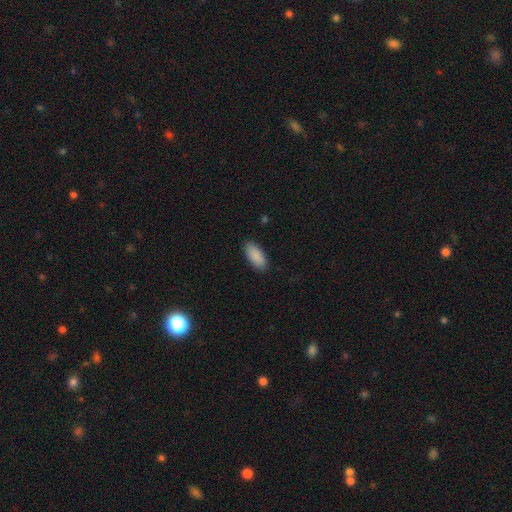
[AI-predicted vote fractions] Overall: smooth (90%). How rounded: in between (90%). Merging: none (88%).